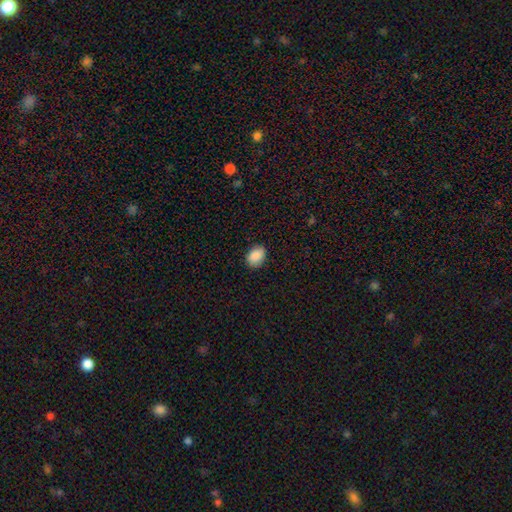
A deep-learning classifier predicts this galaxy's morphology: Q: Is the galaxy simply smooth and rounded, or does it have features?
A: smooth — 89%.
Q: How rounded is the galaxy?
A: in between — 74%.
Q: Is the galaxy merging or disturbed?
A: none — 86%.